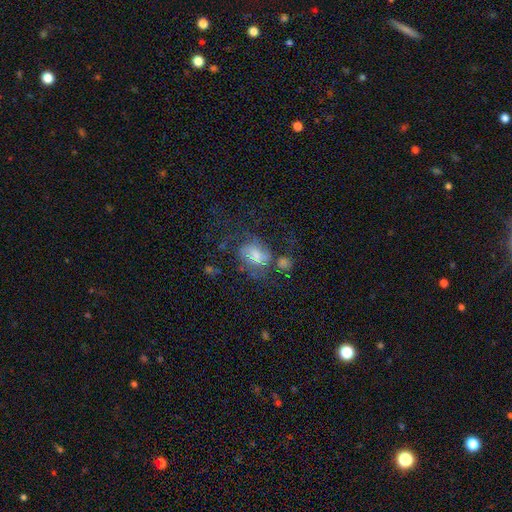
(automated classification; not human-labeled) Smooth or featured? featured or disk (48%)
Merging? none (36%)